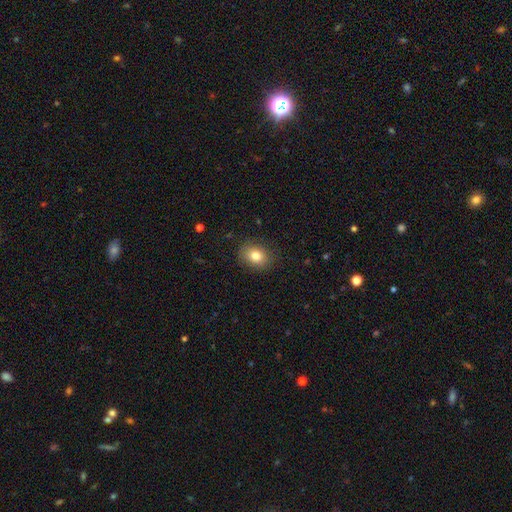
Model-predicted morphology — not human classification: smooth_or_featured: smooth (p=0.81) [alt: star or artifact p=0.10]
how_rounded: in between (p=0.57) [alt: round p=0.42]
merging: none (p=0.86) [alt: minor disturbance p=0.10]